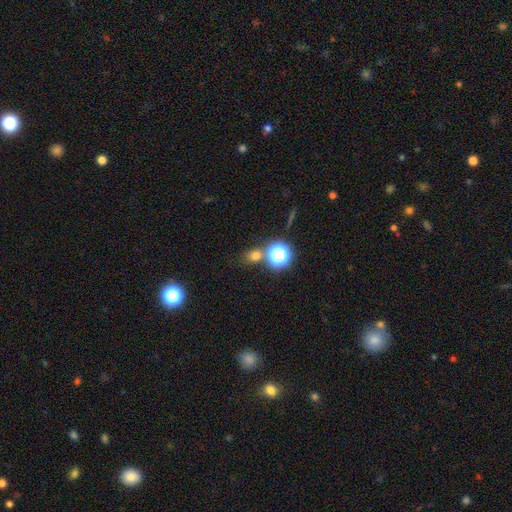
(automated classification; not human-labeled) Q: Smooth or featured?
A: smooth (67%); runner-up: star or artifact (25%)
Q: How rounded?
A: round (66%); runner-up: in between (32%)
Q: Merging?
A: none (69%); runner-up: merger (18%)